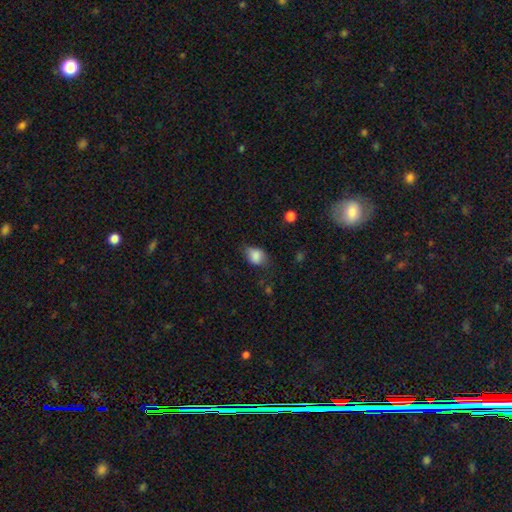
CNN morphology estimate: smooth-or-featured: smooth: 82% | featured or disk: 9% | star or artifact: 9%
  how-rounded: in between: 70% | round: 29% | cigar-shaped: 1%
  merging: none: 55% | minor disturbance: 32% | major disturbance: 11% | merger: 2%